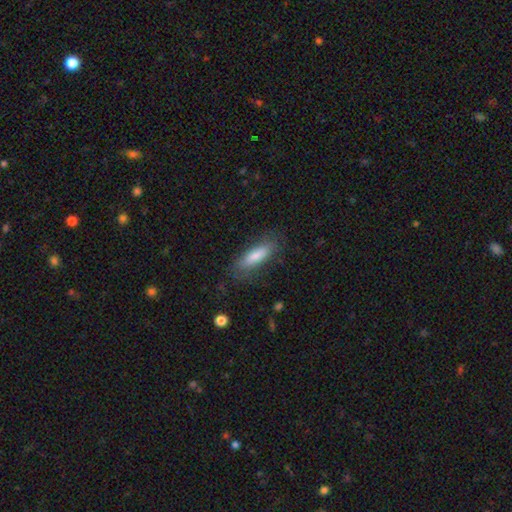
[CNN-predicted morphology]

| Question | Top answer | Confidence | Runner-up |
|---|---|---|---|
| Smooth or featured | smooth | 77% | featured or disk (16%) |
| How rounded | cigar-shaped | 56% | in between (42%) |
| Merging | none | 79% | minor disturbance (15%) |